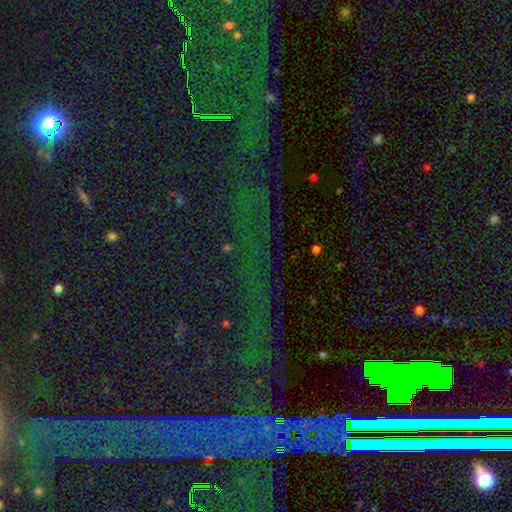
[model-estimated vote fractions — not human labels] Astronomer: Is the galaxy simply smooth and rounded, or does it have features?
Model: star or artifact — 81%.